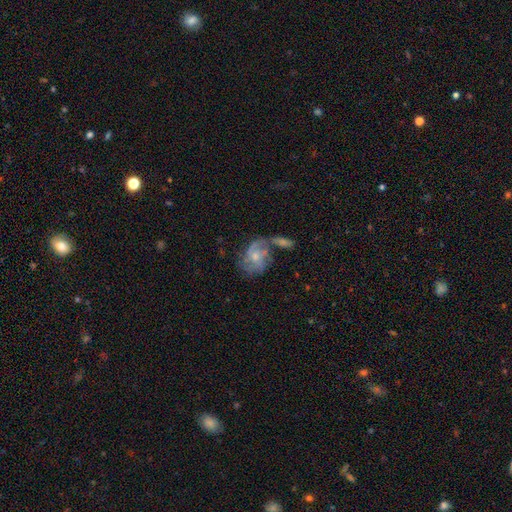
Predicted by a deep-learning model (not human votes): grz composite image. It shows a featured or disk galaxy (67%) with no bar (69%), 2 (44%) medium (44%) spiral arms (82%) and a small central bulge (50%). Merging: none (34%).